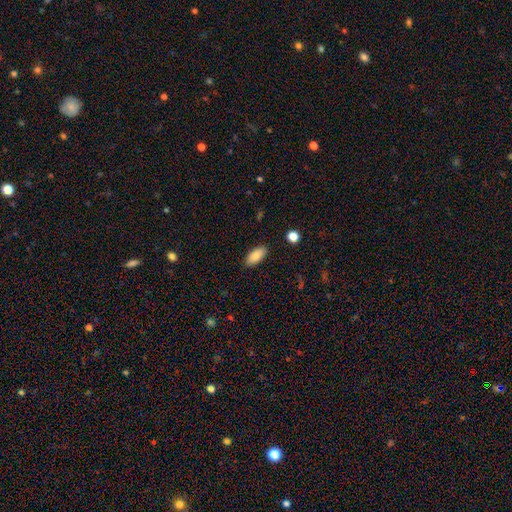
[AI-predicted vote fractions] smooth 86%, star or artifact 7%, featured or disk 6%. Down the decision tree: how rounded — in between (91%); merging — none (88%).